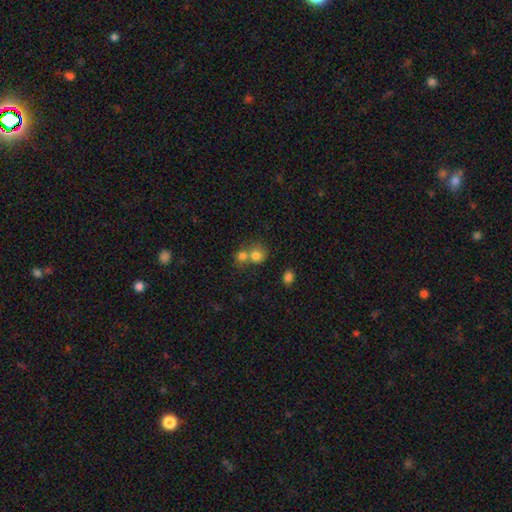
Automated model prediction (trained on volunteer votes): Smooth or featured?
  - smooth: 77% *
  - star or artifact: 11%
  - featured or disk: 11%
How rounded?
  - round: 80% *
  - in between: 19%
  - cigar-shaped: 1%
Merging?
  - merger: 56% *
  - none: 35%
  - minor disturbance: 6%
  - major disturbance: 3%